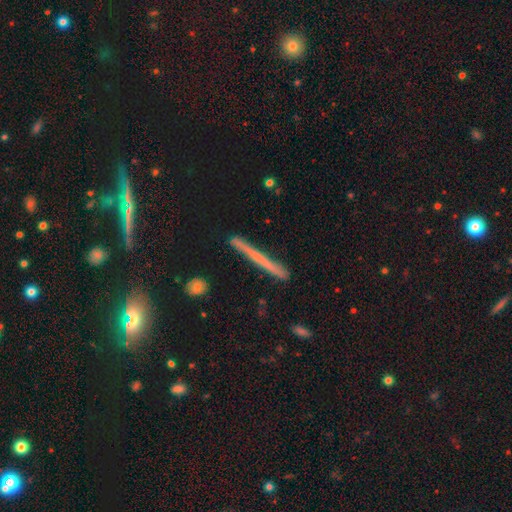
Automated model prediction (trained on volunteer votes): Smooth or featured: featured or disk — 49% (smooth — 34%)
Merging: none — 83% (minor disturbance — 11%)